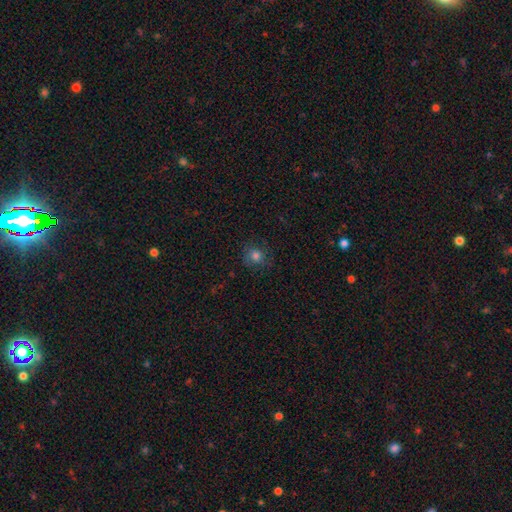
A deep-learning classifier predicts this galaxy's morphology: smooth_or_featured: smooth (p=0.77) [alt: star or artifact p=0.15]
how_rounded: round (p=0.84) [alt: in between p=0.15]
merging: none (p=0.79) [alt: minor disturbance p=0.15]